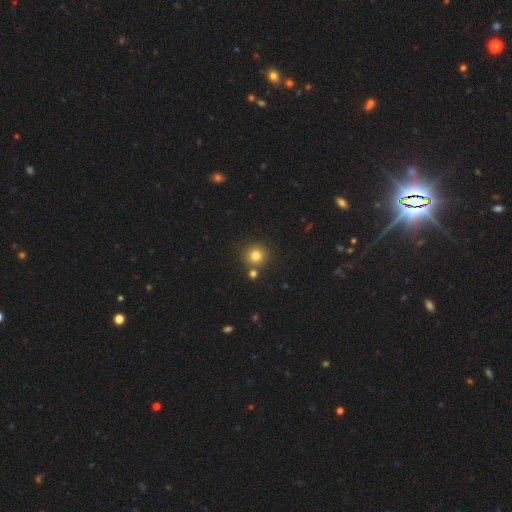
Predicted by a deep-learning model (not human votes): smooth 80%, star or artifact 13%, featured or disk 7%. Down the decision tree: how rounded — round (92%); merging — none (78%).